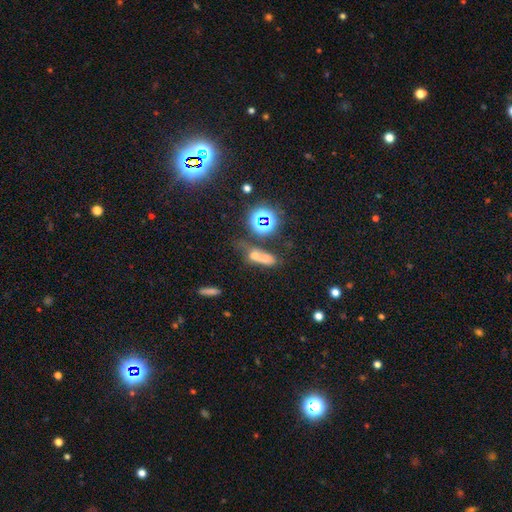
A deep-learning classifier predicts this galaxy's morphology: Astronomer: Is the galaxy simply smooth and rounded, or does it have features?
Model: smooth — 43% (runner-up: star or artifact, 39%).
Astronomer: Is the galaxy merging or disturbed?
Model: none — 38% (runner-up: merger, 37%).